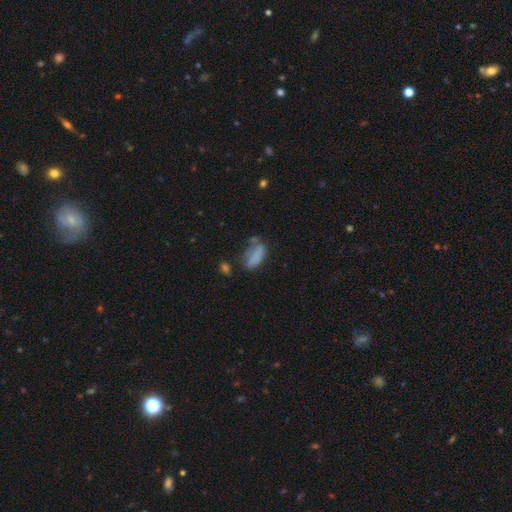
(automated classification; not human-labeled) Smooth or featured: smooth — 73% (featured or disk — 17%)
How rounded: in between — 79% (cigar-shaped — 18%)
Merging: none — 36% (minor disturbance — 27%)